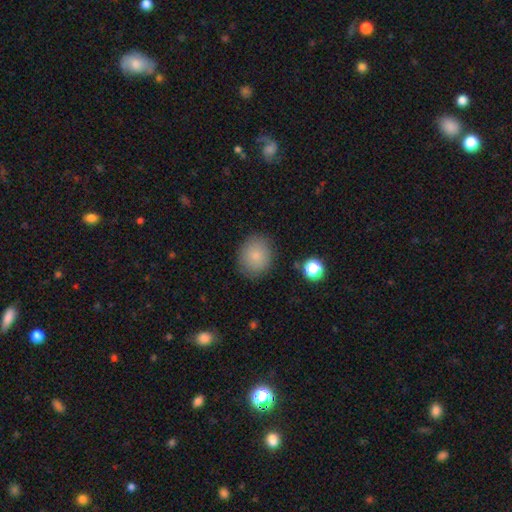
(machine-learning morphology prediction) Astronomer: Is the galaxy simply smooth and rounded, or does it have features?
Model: smooth — 83%.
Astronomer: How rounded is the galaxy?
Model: round — 70%.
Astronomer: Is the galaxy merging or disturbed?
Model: none — 85%.